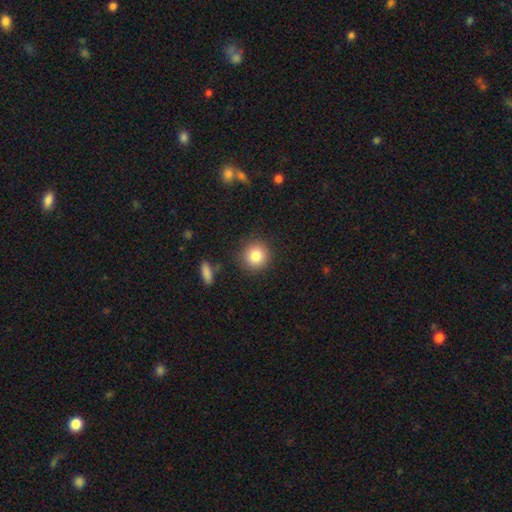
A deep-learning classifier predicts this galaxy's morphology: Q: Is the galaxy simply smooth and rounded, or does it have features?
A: smooth — 83%.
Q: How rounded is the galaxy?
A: round — 92%.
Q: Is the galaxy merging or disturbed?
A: none — 87%.